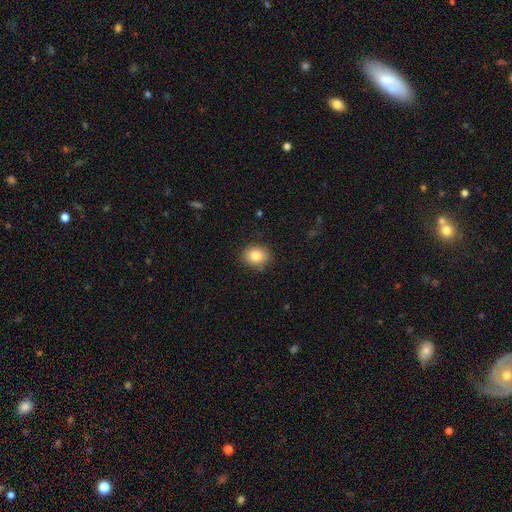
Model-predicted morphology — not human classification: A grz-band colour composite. It shows a smooth galaxy with no disk features (83%) that is round (60%). Merging: none (85%).